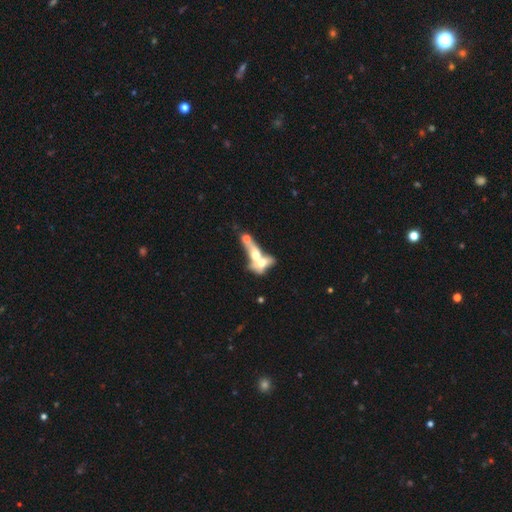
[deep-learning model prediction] Smooth or featured? smooth (45%, tied with featured or disk)
Merging? merger (80%)